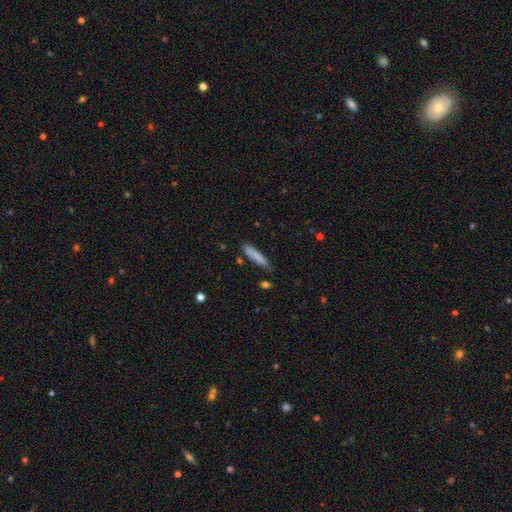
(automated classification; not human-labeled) Smooth or featured?
  - smooth: 81% *
  - featured or disk: 12%
  - star or artifact: 7%
How rounded?
  - cigar-shaped: 89% *
  - in between: 10%
  - round: 1%
Merging?
  - none: 79% *
  - minor disturbance: 15%
  - merger: 3%
  - major disturbance: 3%